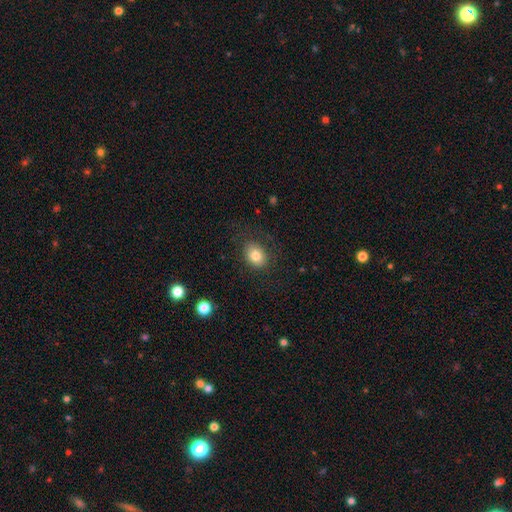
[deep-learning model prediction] smooth 80%, featured or disk 10%, star or artifact 10%. Down the decision tree: how rounded — in between (61%); merging — none (82%).